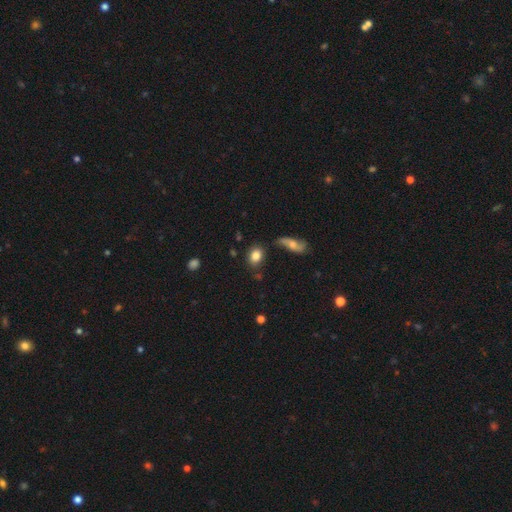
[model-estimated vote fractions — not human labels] A smooth galaxy with no disk features (84%) that is in between round and cigar-shaped (64%). Merging: none (74%).